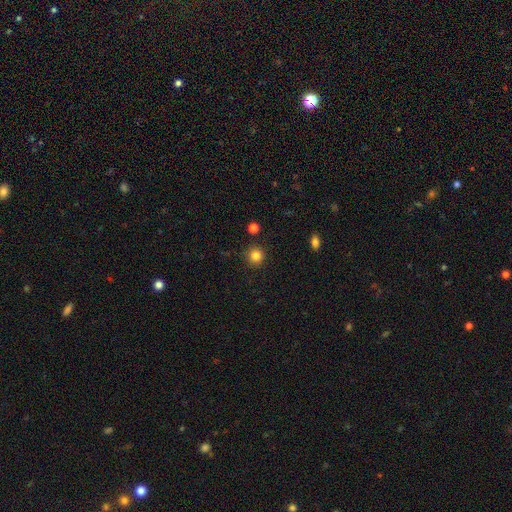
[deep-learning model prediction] Smooth or featured? smooth (84%)
How rounded? round (93%)
Merging? none (89%)